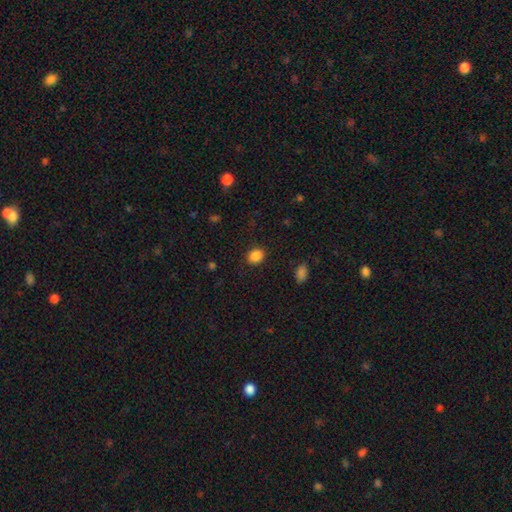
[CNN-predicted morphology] Smooth or featured?
  - smooth: 87% *
  - star or artifact: 10%
  - featured or disk: 3%
How rounded?
  - round: 61% *
  - in between: 38%
  - cigar-shaped: 1%
Merging?
  - none: 86% *
  - minor disturbance: 9%
  - major disturbance: 3%
  - merger: 1%